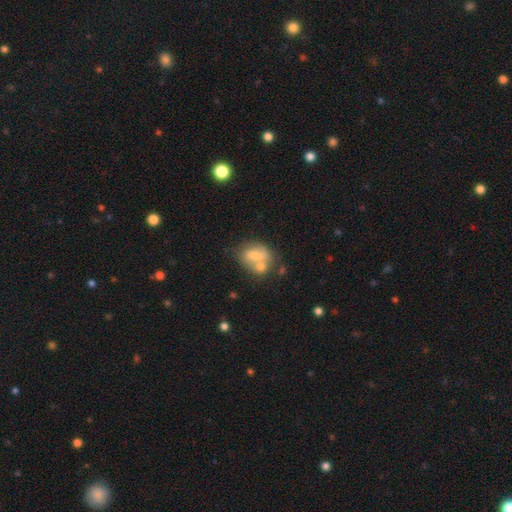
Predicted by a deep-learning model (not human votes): smooth 65%, featured or disk 27%, star or artifact 8%. Down the decision tree: how rounded — in between (66%); merging — merger (45%).